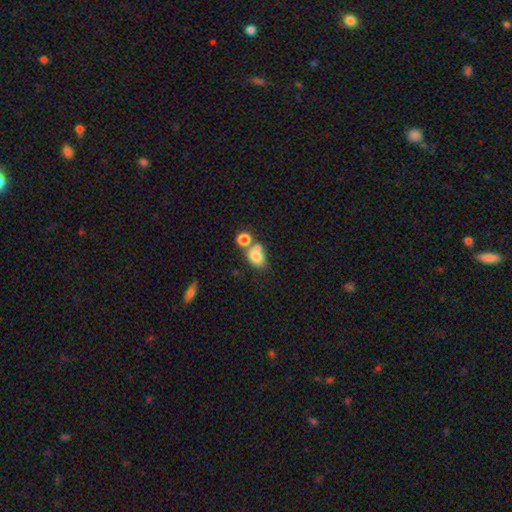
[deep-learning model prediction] Smooth or featured? Predicted: smooth (p=0.76). How rounded? Predicted: in between (p=0.69). Merging? Predicted: merger (p=0.43).